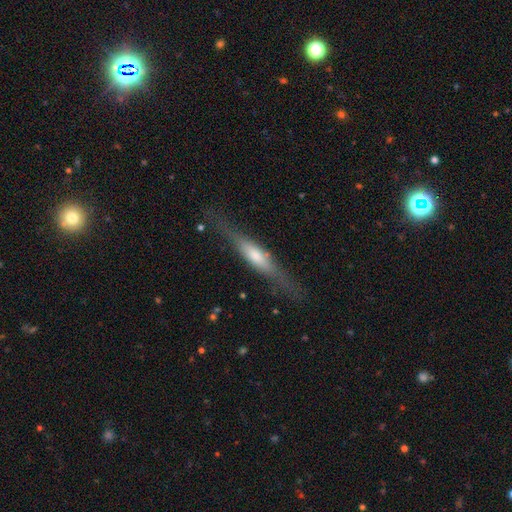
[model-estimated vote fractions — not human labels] Morphology: type=featured or disk (56%); edge-on=yes (90%); edge-on bulge=rounded (61%); merging=none (74%).